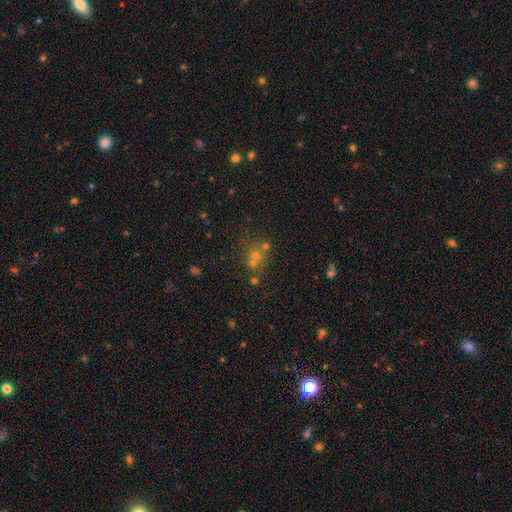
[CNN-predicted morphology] Smooth or featured? Predicted: smooth (p=0.44). Merging? Predicted: none (p=0.55).